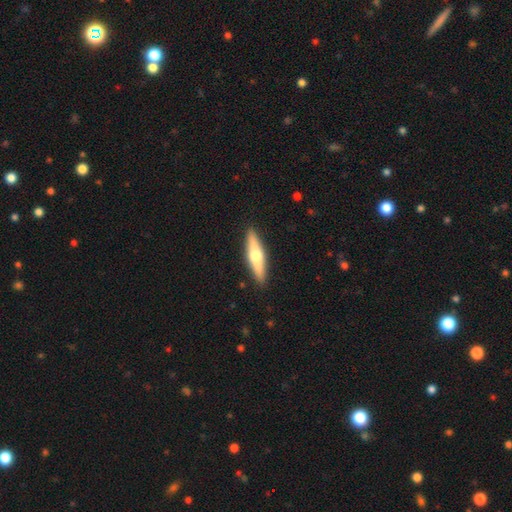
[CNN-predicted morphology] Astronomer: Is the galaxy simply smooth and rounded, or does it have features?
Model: smooth — 48% (runner-up: featured or disk, 47%).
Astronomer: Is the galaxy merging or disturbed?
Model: none — 90%.